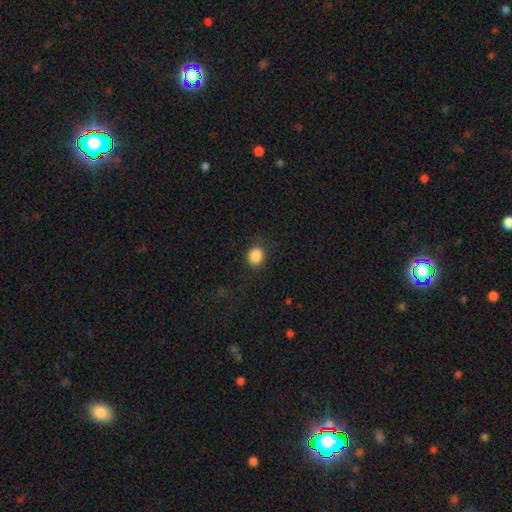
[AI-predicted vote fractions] A smooth galaxy with no disk features (87%) that is round (68%). Merging: none (82%).